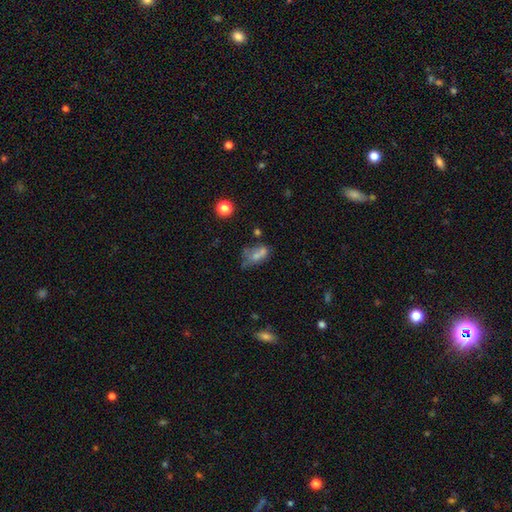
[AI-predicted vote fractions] smooth_or_featured: smooth (p=0.49) [alt: featured or disk p=0.31]
merging: none (p=0.36) [alt: merger p=0.28]